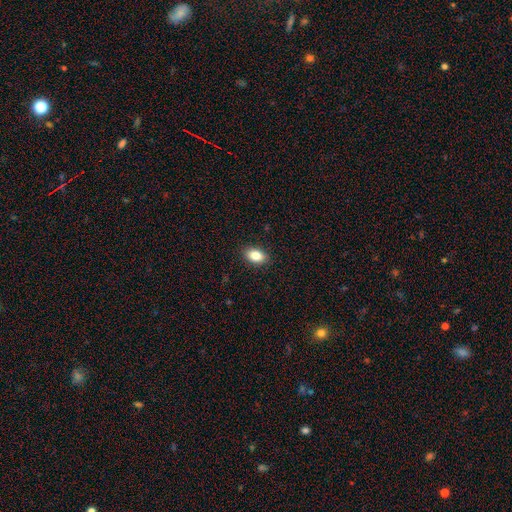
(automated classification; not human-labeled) Smooth or featured: smooth — 85% (star or artifact — 8%)
How rounded: in between — 88% (round — 10%)
Merging: none — 89% (minor disturbance — 8%)